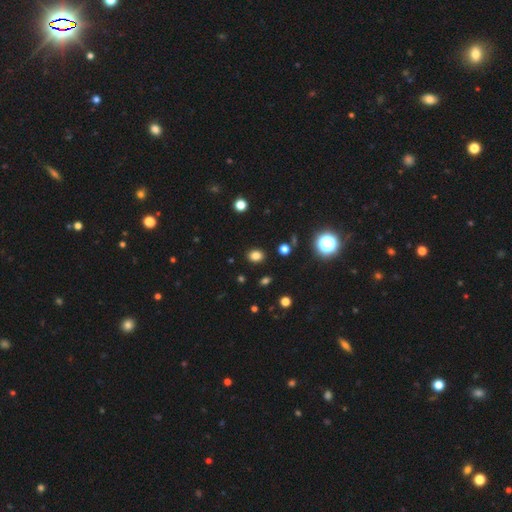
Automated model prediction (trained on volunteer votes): Morphology: type=smooth (80%); roundness=in between (52%); merging=none (89%).